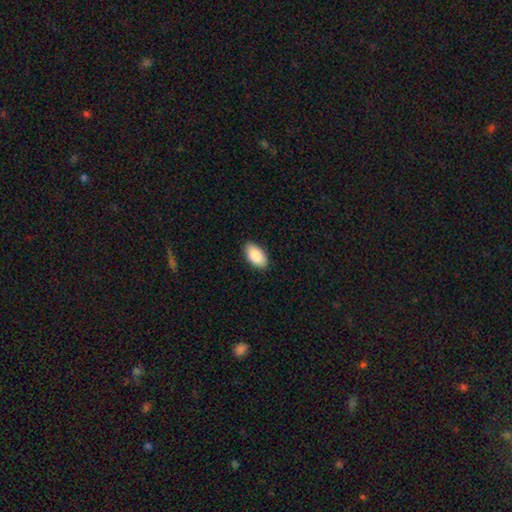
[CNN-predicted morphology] Overall: smooth (88%). How rounded: in between (95%). Merging: none (88%).